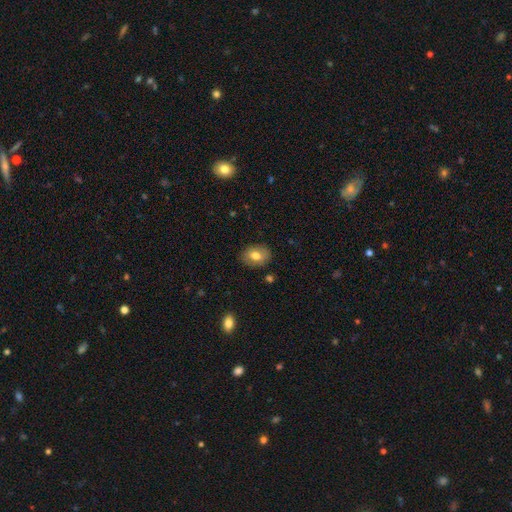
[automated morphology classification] A smooth galaxy with no disk features (74%) that is in between round and cigar-shaped (68%). Merging: none (85%).